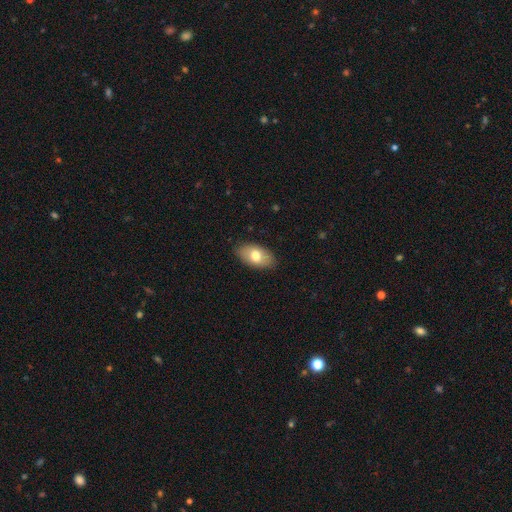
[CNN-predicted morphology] Smooth or featured: smooth — 72% (featured or disk — 21%)
How rounded: in between — 93% (round — 5%)
Merging: none — 85% (minor disturbance — 11%)